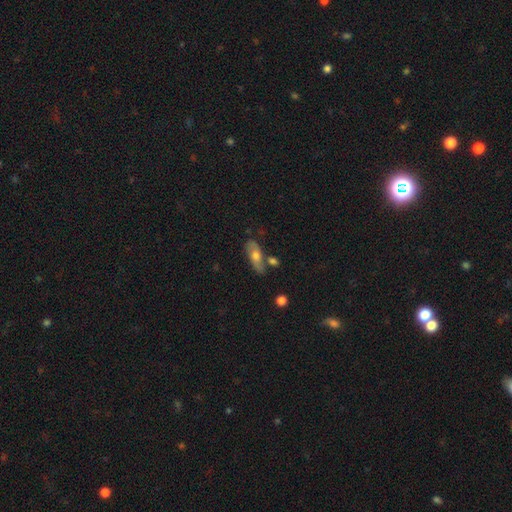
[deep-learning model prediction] Smooth or featured? Predicted: smooth (p=0.57). How rounded? Predicted: in between (p=0.66). Merging? Predicted: none (p=0.63).